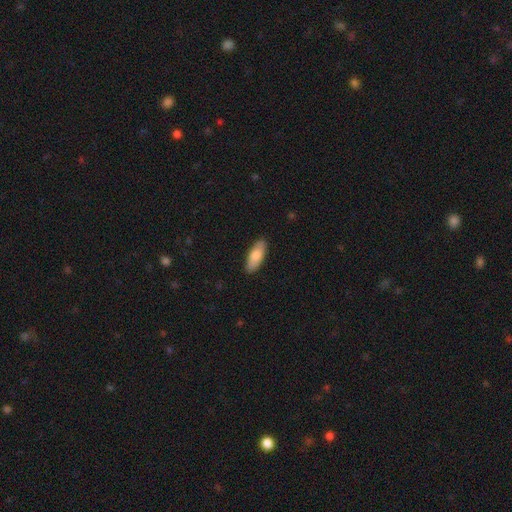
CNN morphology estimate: This is likely a smooth galaxy (80%). How rounded: likely in between (74%). Merging: clearly none (88%).